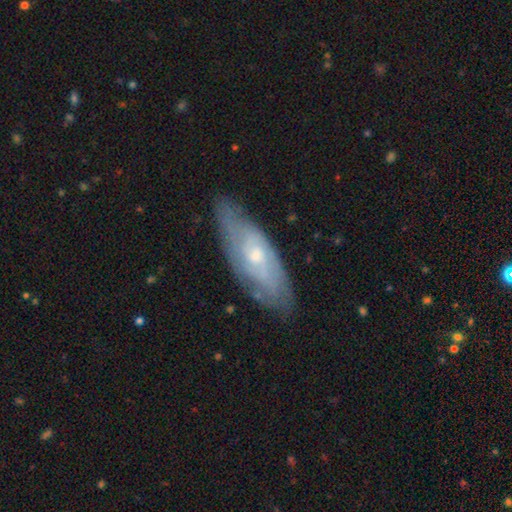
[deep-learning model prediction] Smooth or featured? featured or disk (68%)
Edge-on disk? no (79%)
Bar? no (71%)
Spiral arms? yes (77%)
Bulge size? small (56%)
Merging? none (74%)